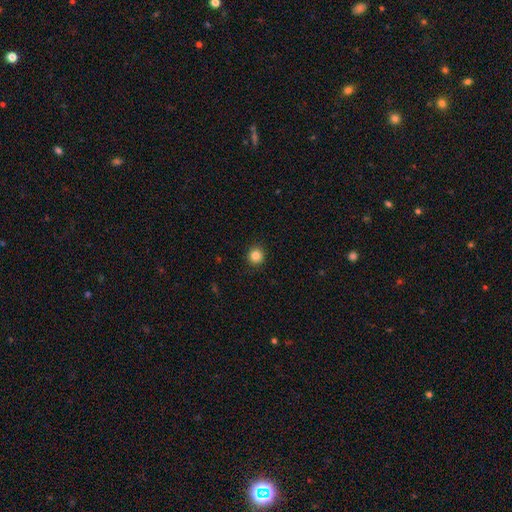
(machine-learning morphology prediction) smooth_or_featured: smooth (p=0.85) [alt: star or artifact p=0.11]
how_rounded: round (p=0.94) [alt: in between p=0.05]
merging: none (p=0.92) [alt: minor disturbance p=0.05]